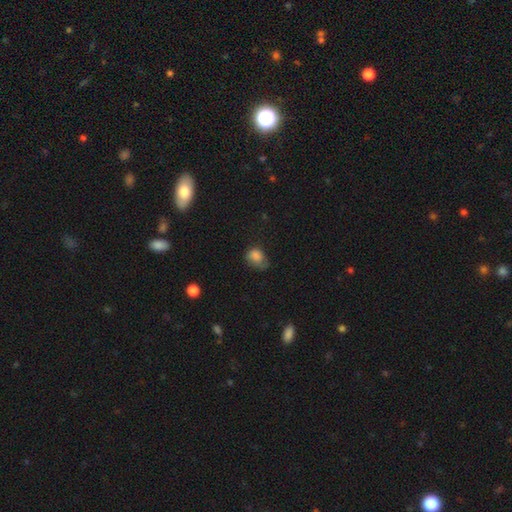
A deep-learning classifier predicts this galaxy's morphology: This is clearly a smooth galaxy (82%). How rounded: possibly in between (60%). Merging: marginally minor disturbance (39%, tied with none).